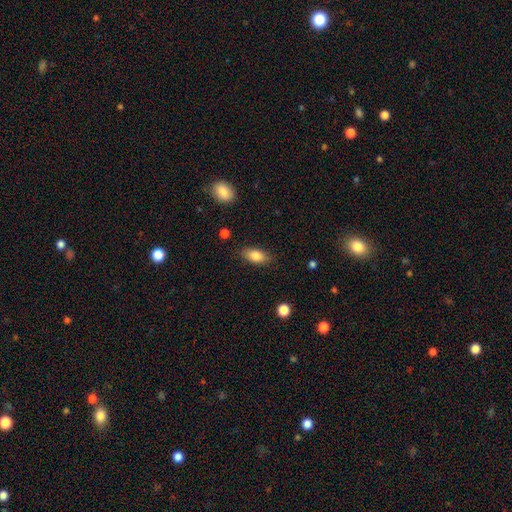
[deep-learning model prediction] Morphology: type=smooth (82%); roundness=in between (86%); merging=none (84%).